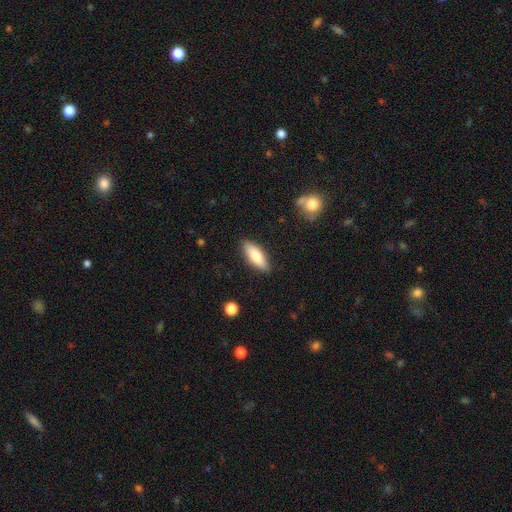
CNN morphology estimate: smooth 74%, featured or disk 20%, star or artifact 6%. Down the decision tree: how rounded — in between (63%); merging — none (87%).